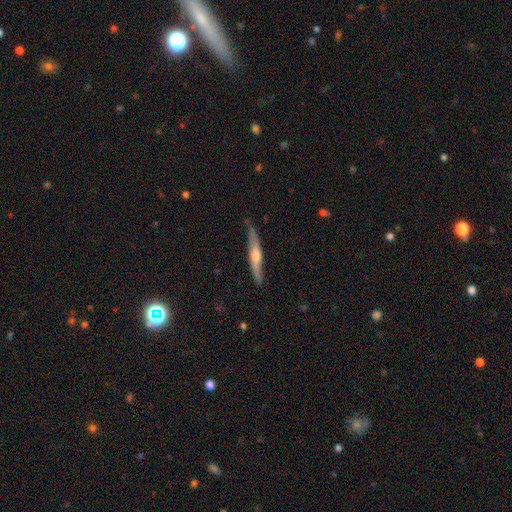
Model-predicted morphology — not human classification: Q: Smooth or featured?
A: featured or disk (63%); runner-up: smooth (32%)
Q: Edge-on disk?
A: yes (92%); runner-up: no (8%)
Q: Edge-on bulge?
A: rounded (76%); runner-up: none (14%)
Q: Merging?
A: none (80%); runner-up: minor disturbance (16%)